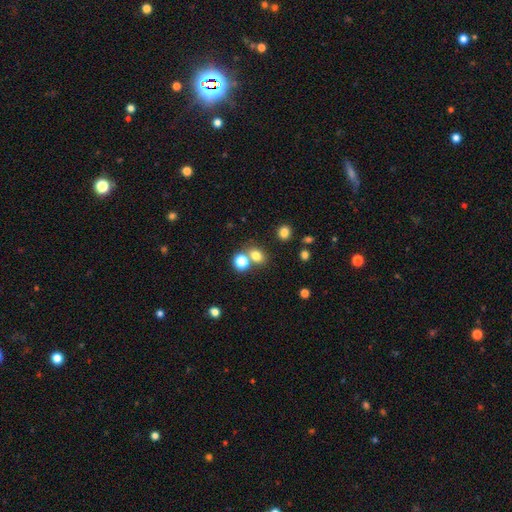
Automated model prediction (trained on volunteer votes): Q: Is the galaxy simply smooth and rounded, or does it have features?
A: smooth — 76%.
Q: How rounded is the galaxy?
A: round — 57%.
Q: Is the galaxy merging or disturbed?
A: none — 59%.